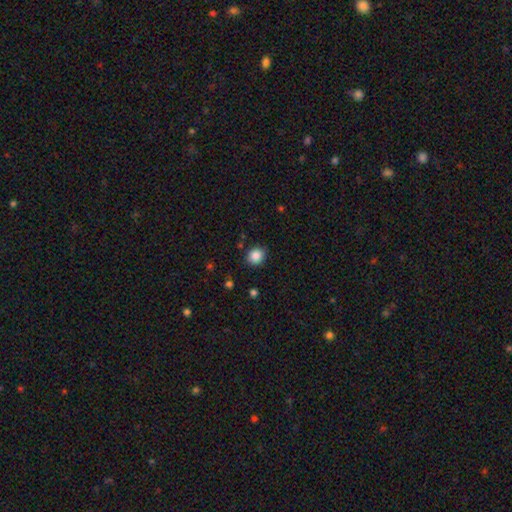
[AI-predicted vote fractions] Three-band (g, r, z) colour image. It shows a smooth galaxy with no disk features (86%) that is round (76%). Merging: none (88%).